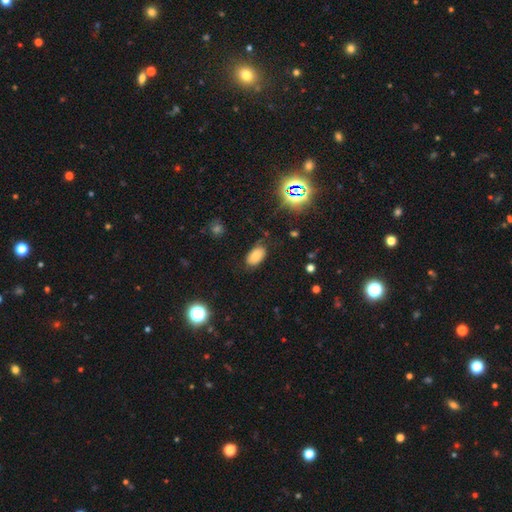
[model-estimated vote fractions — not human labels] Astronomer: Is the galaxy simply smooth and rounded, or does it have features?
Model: smooth — 73%.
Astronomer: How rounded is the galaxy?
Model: in between — 93%.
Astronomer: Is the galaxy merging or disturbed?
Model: none — 78%.